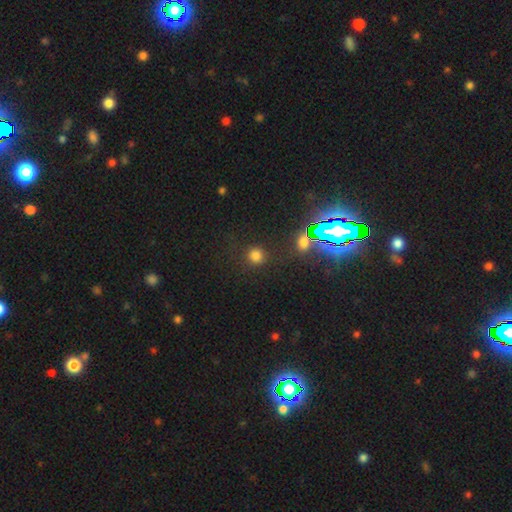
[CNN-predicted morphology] Smooth or featured?
  - smooth: 72% *
  - star or artifact: 22%
  - featured or disk: 5%
How rounded?
  - round: 92% *
  - in between: 7%
  - cigar-shaped: 1%
Merging?
  - none: 85% *
  - minor disturbance: 7%
  - major disturbance: 4%
  - merger: 3%